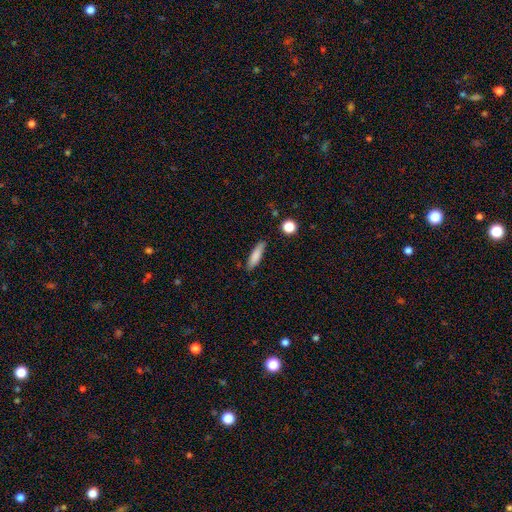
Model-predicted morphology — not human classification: The model was most divided on "how rounded": cigar-shaped: 72%, in between: 26%, round: 2%. More confident: merging — none (82%); smooth or featured — smooth (81%).